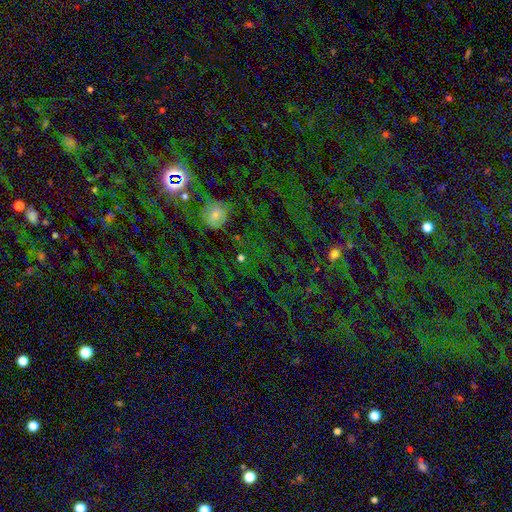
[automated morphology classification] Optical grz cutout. It shows a star or artifact, not a galaxy (72%).